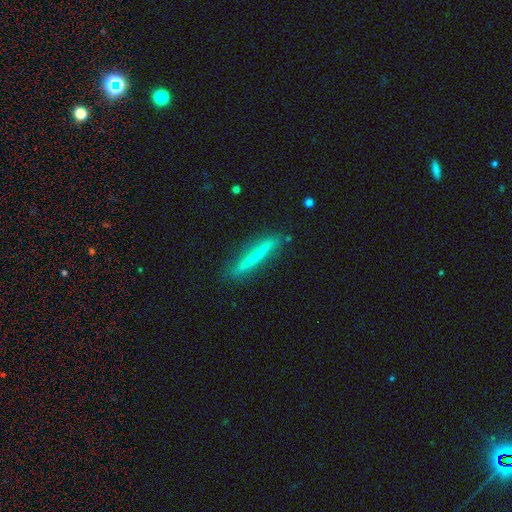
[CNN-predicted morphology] Q: Smooth or featured?
A: smooth (48%); runner-up: featured or disk (45%)
Q: Merging?
A: none (84%); runner-up: minor disturbance (11%)